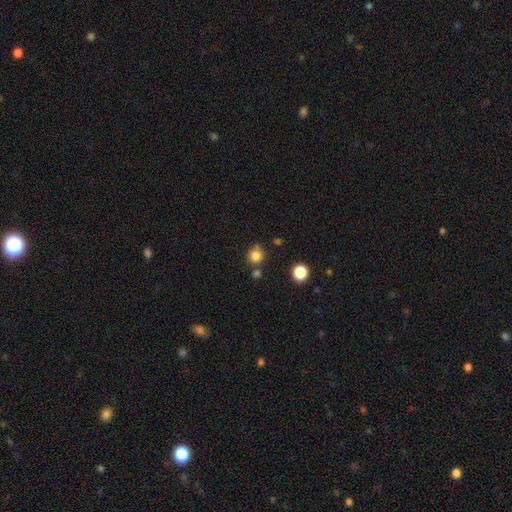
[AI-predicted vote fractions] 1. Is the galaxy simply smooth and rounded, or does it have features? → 82% smooth, 13% star or artifact, 5% featured or disk.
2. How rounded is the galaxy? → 90% round, 9% in between, 1% cigar-shaped.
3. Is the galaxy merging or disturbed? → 72% none, 12% minor disturbance, 12% merger, 4% major disturbance.